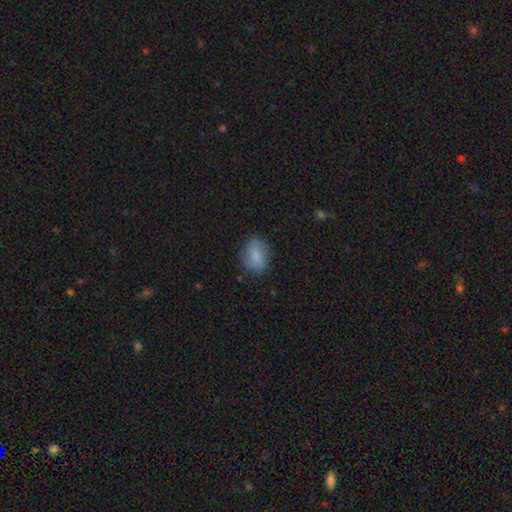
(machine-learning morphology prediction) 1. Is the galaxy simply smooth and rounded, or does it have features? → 79% smooth, 14% featured or disk, 8% star or artifact.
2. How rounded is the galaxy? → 71% in between, 27% round, 2% cigar-shaped.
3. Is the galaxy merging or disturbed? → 78% none, 17% minor disturbance, 4% major disturbance, 1% merger.